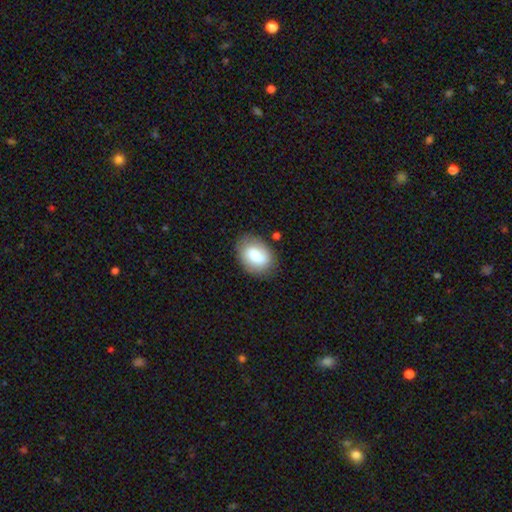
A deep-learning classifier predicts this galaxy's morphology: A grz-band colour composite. It shows a smooth galaxy with no disk features (72%) that is in between round and cigar-shaped (80%). Merging: none (71%).